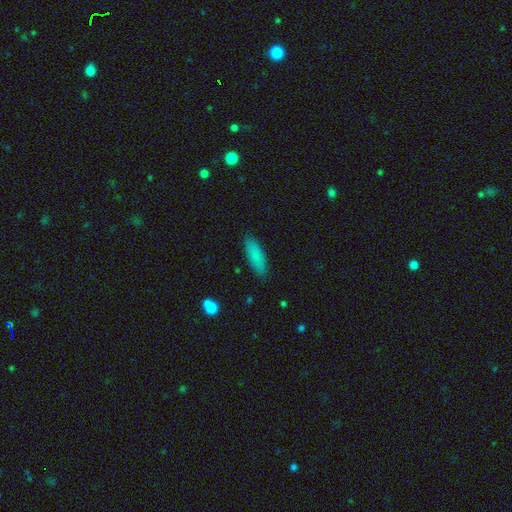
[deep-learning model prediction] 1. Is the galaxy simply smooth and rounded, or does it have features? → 81% smooth, 12% featured or disk, 7% star or artifact.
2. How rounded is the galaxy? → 52% in between, 46% cigar-shaped, 2% round.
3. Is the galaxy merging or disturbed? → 88% none, 9% minor disturbance, 2% major disturbance, 1% merger.